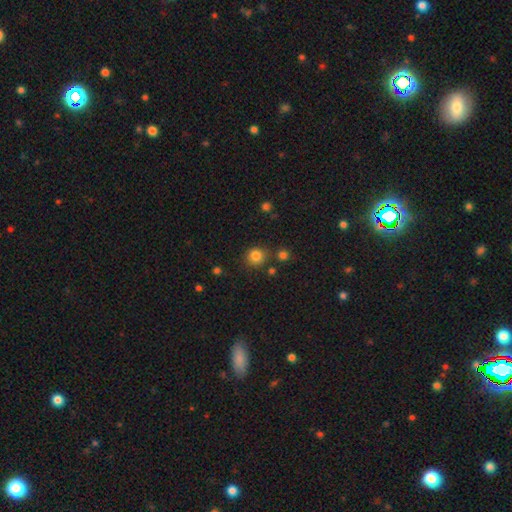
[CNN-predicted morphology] type=smooth (83%); roundness=round (89%); merging=none (81%).